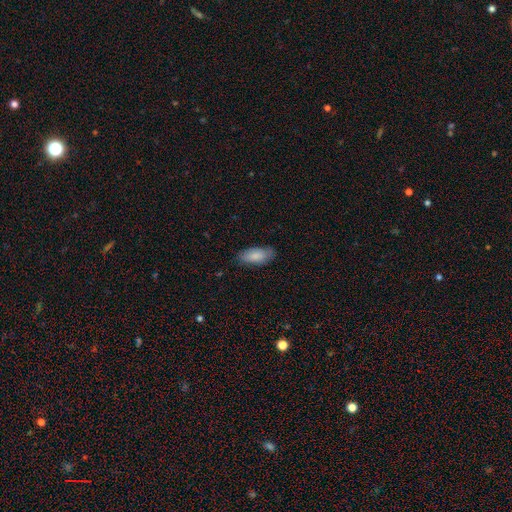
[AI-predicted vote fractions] Smooth or featured? Predicted: smooth (p=0.83). How rounded? Predicted: in between (p=0.86). Merging? Predicted: none (p=0.79).